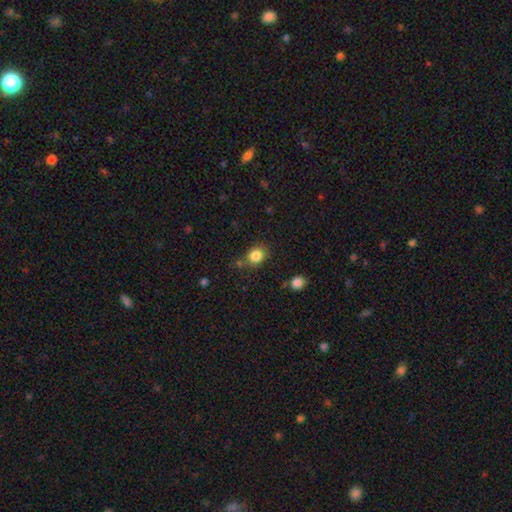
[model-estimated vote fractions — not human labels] This appears to be a smooth galaxy with no disk features (84%) that is round (51%). Merging: none (73%).